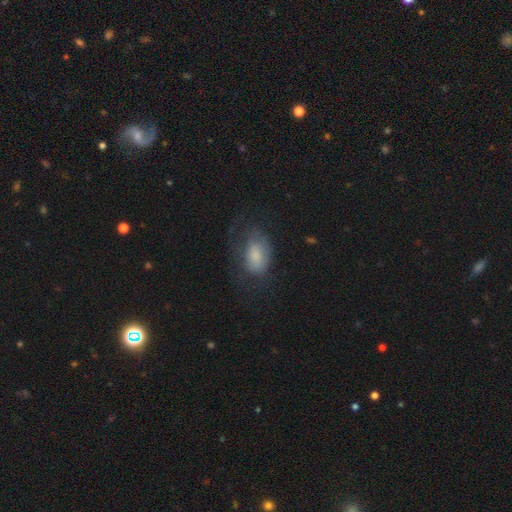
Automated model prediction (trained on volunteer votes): smooth 64%, featured or disk 27%, star or artifact 9%. Down the decision tree: how rounded — in between (86%); merging — none (45%).